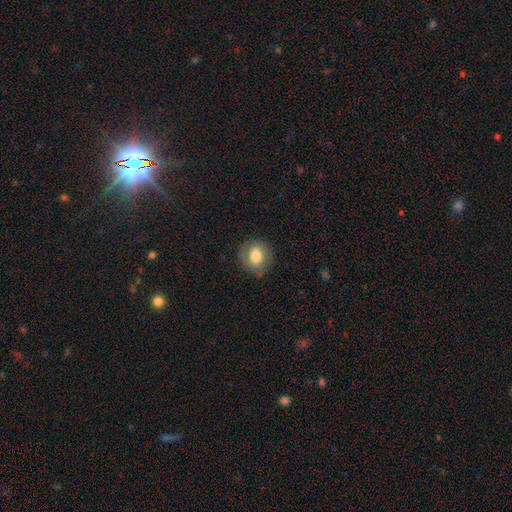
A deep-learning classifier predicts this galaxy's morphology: Smooth or featured?
  - smooth: 72% *
  - featured or disk: 20%
  - star or artifact: 8%
How rounded?
  - round: 61% *
  - in between: 38%
  - cigar-shaped: 1%
Merging?
  - none: 81% *
  - minor disturbance: 13%
  - major disturbance: 4%
  - merger: 1%